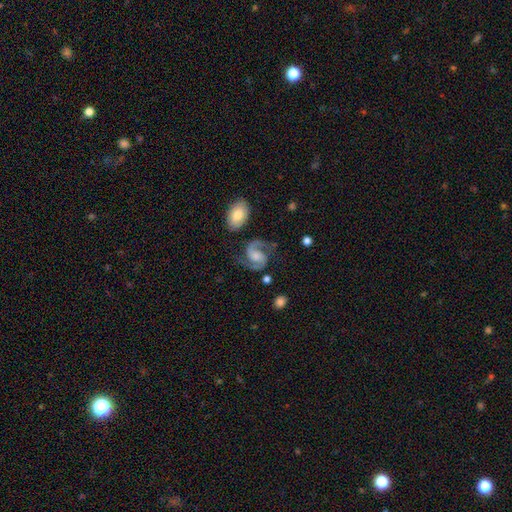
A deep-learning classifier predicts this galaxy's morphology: Smooth or featured? Predicted: featured or disk (p=0.90). Edge-on disk? Predicted: no (p=0.98). Bar? Predicted: no (p=0.47). Spiral arms? Predicted: yes (p=0.98). Spiral winding? Predicted: medium (p=0.63). Spiral arm count? Predicted: 2 (p=0.94). Bulge size? Predicted: moderate (p=0.41). Merging? Predicted: none (p=0.73).